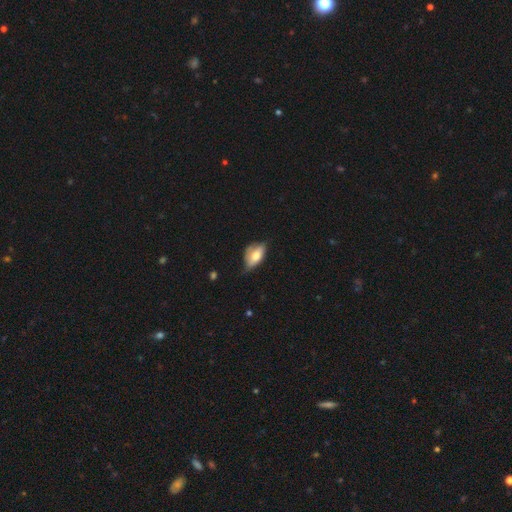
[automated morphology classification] A smooth galaxy with no disk features (69%) that is in between round and cigar-shaped (90%). Merging: minor disturbance (45%).